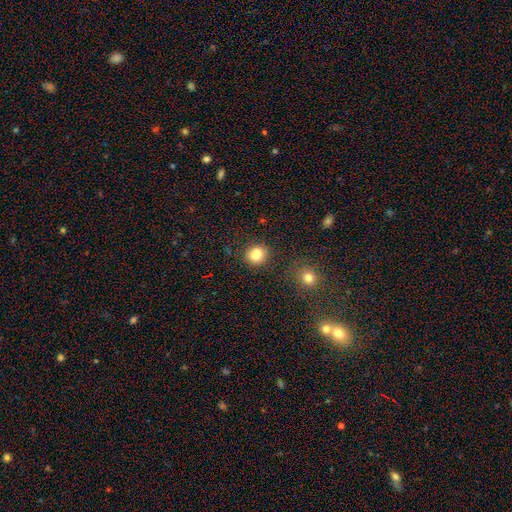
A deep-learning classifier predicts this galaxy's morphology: Q: Smooth or featured?
A: smooth (82%); runner-up: star or artifact (11%)
Q: How rounded?
A: round (74%); runner-up: in between (25%)
Q: Merging?
A: none (76%); runner-up: minor disturbance (12%)